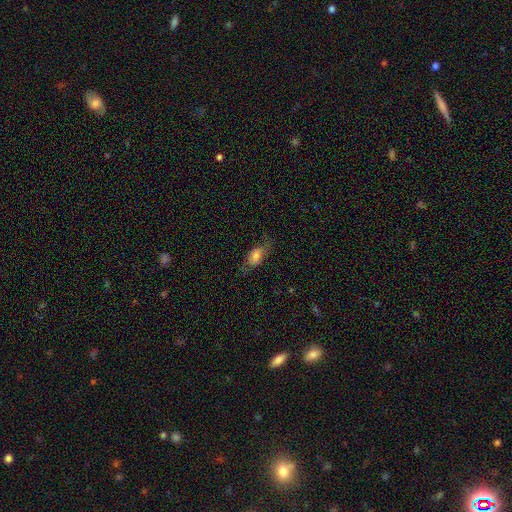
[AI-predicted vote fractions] Smooth or featured? smooth (65%)
How rounded? in between (81%)
Merging? none (64%)